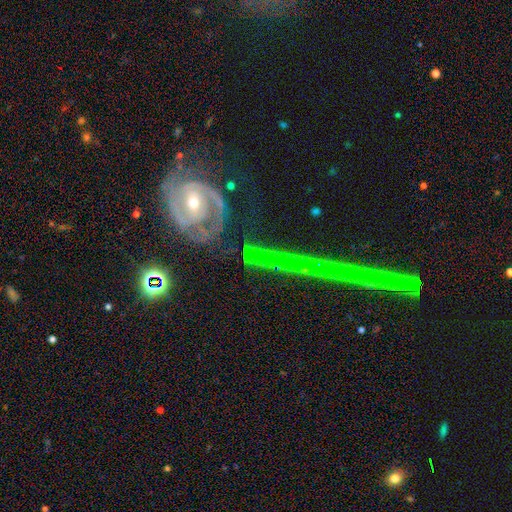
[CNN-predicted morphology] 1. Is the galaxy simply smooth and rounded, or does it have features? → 75% featured or disk, 16% star or artifact, 9% smooth.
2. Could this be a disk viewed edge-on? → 59% no, 41% yes.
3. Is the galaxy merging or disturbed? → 77% none, 14% minor disturbance, 6% major disturbance, 4% merger.